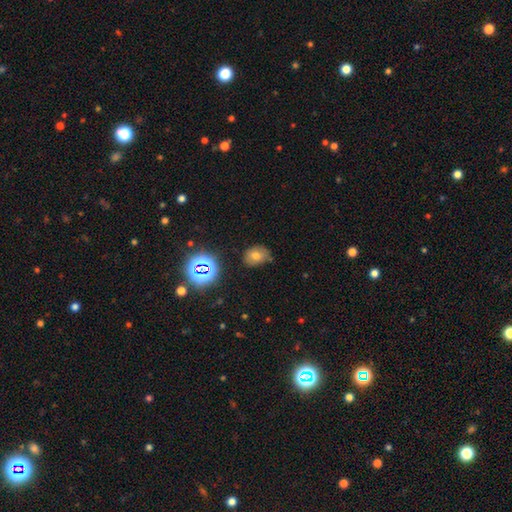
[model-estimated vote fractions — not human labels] This appears to be a smooth galaxy with no disk features (66%) that is in between round and cigar-shaped (57%). Merging: none (68%).